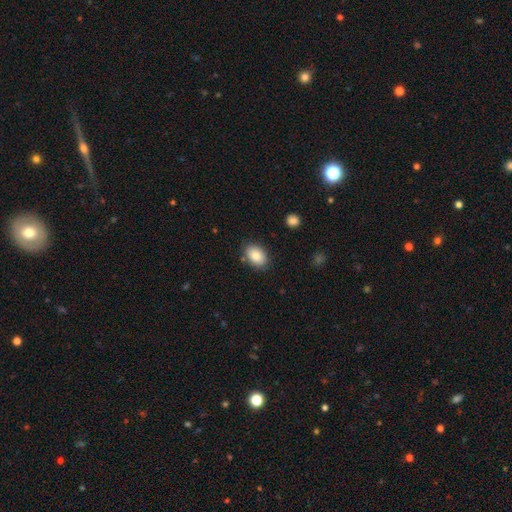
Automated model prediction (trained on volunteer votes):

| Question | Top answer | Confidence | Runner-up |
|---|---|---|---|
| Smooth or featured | smooth | 85% | featured or disk (8%) |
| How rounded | in between | 85% | round (13%) |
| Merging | none | 83% | minor disturbance (11%) |